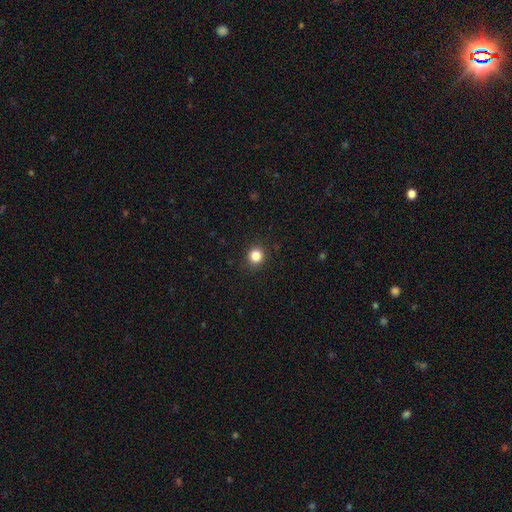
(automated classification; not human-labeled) This is clearly a smooth galaxy (84%). How rounded: clearly round (89%). Merging: clearly none (91%).